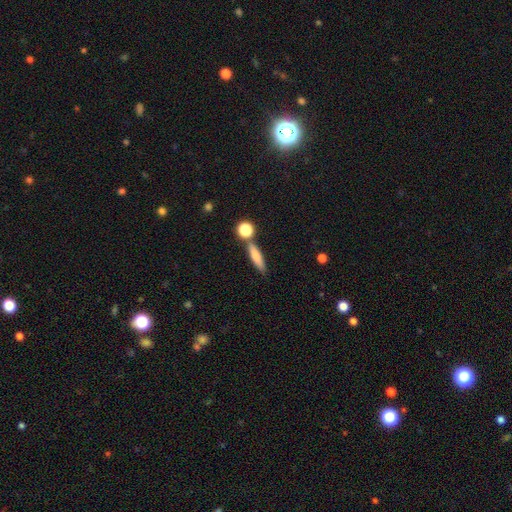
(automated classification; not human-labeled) Smooth or featured?
  - smooth: 72% *
  - featured or disk: 20%
  - star or artifact: 8%
How rounded?
  - cigar-shaped: 69% *
  - in between: 26%
  - round: 5%
Merging?
  - none: 71% *
  - merger: 14%
  - minor disturbance: 12%
  - major disturbance: 3%